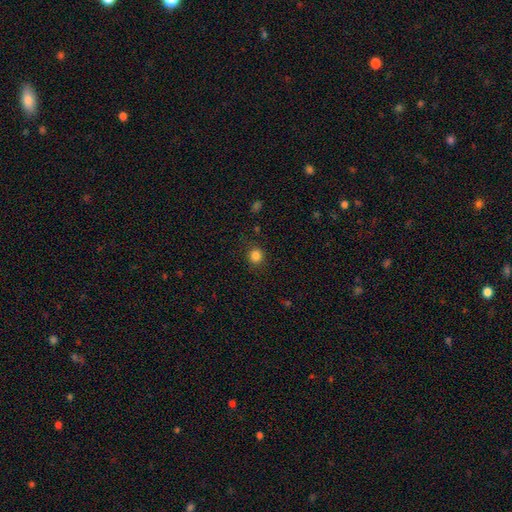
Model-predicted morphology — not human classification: Smooth or featured? smooth (84%)
How rounded? round (89%)
Merging? none (88%)